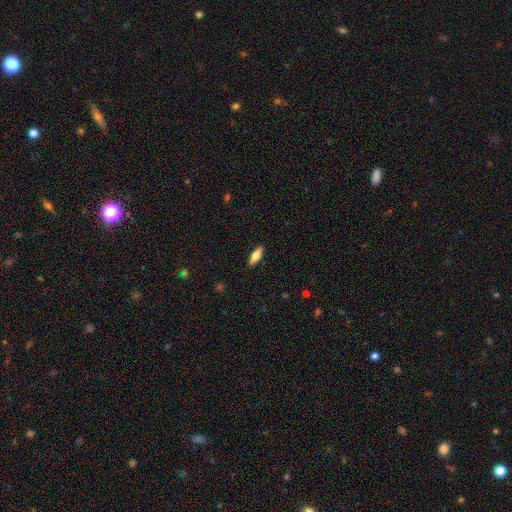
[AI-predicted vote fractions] Morphology: type=smooth (64%); roundness=in between (57%); merging=none (89%).